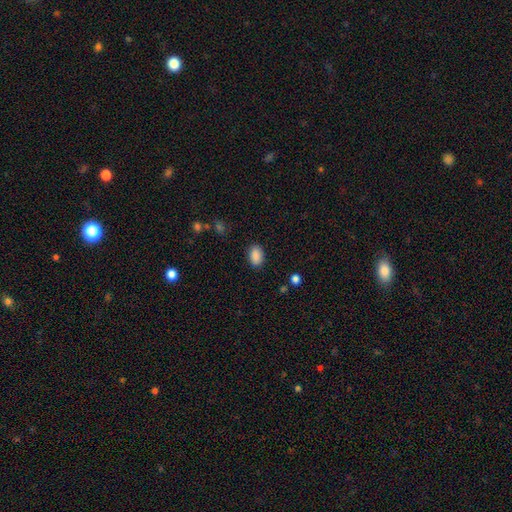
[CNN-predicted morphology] smooth 89%, star or artifact 8%, featured or disk 3%. Down the decision tree: how rounded — in between (89%); merging — none (87%).